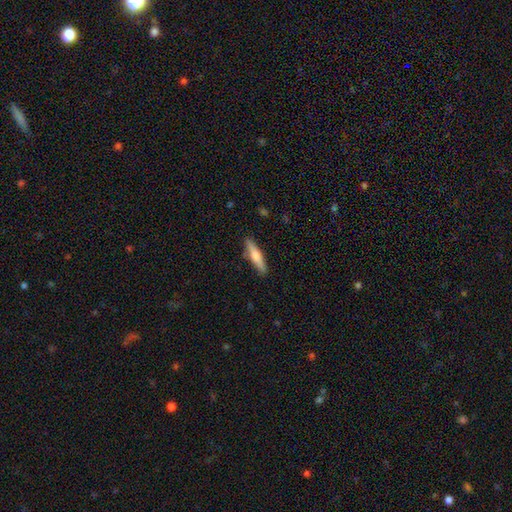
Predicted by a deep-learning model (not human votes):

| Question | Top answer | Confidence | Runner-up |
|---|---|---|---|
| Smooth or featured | smooth | 60% | featured or disk (34%) |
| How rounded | cigar-shaped | 82% | in between (16%) |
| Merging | none | 87% | minor disturbance (9%) |